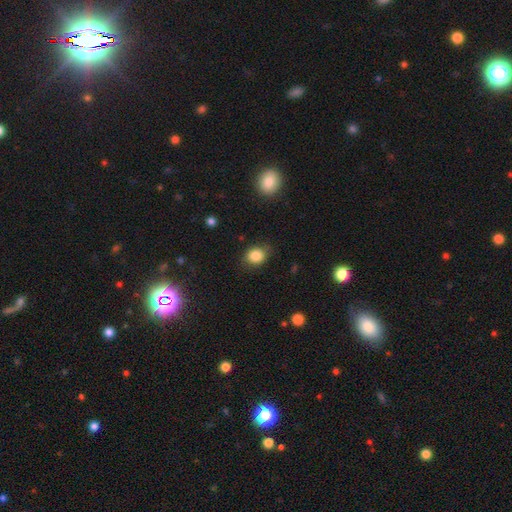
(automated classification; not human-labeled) The model was most divided on "how rounded": round: 57%, in between: 42%, cigar-shaped: 1%. More confident: smooth or featured — smooth (84%); merging — none (78%).